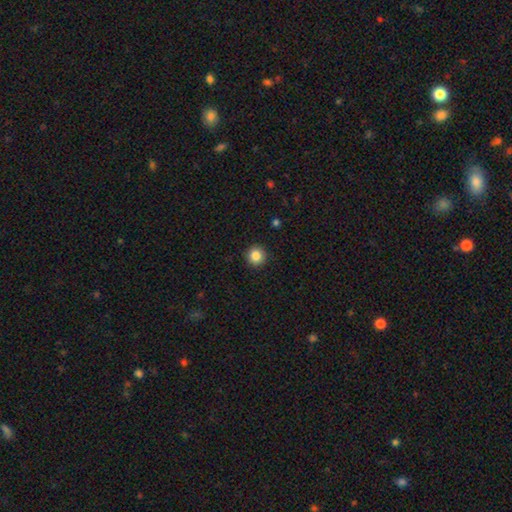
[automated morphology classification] Smooth or featured: smooth — 86% (star or artifact — 10%)
How rounded: round — 94% (in between — 5%)
Merging: none — 92% (minor disturbance — 5%)